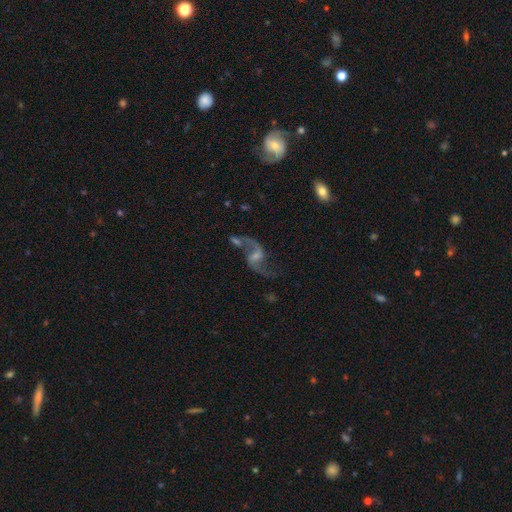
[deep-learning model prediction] Smooth or featured? featured or disk (88%)
Edge-on disk? no (97%)
Bar? weak (50%)
Spiral arms? yes (96%)
Spiral winding? loose (80%)
Spiral arm count? 2 (93%)
Bulge size? small (48%)
Merging? none (64%)